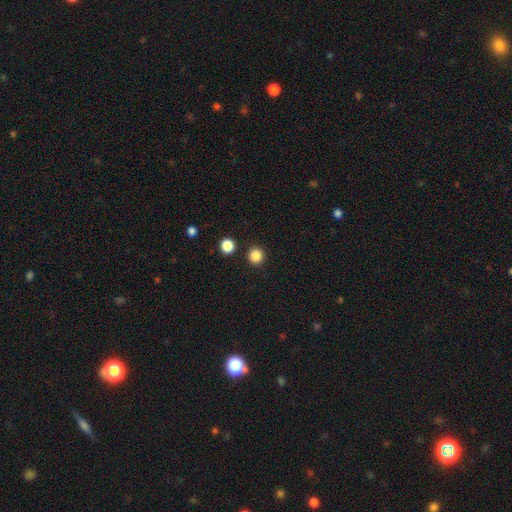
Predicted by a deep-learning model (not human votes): Smooth or featured? Predicted: smooth (p=0.86). How rounded? Predicted: round (p=0.94). Merging? Predicted: none (p=0.91).